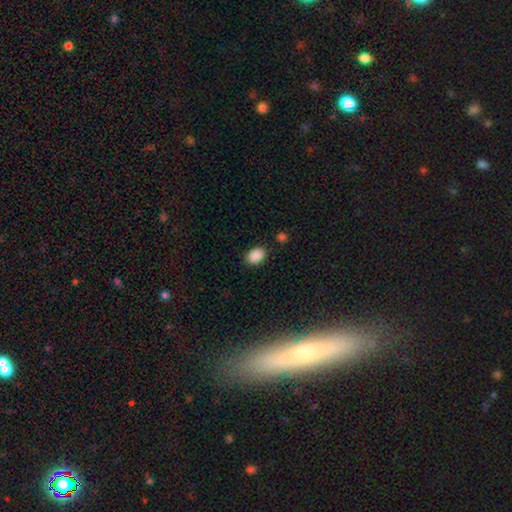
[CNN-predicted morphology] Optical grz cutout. It shows a smooth galaxy with no disk features (89%) that is in between round and cigar-shaped (81%). Merging: none (86%).